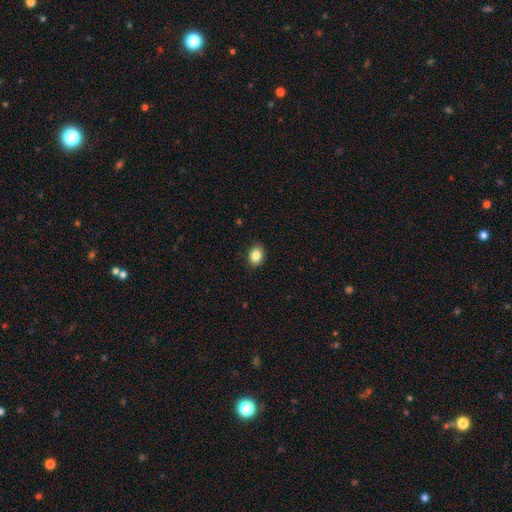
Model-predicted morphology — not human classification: Q: Smooth or featured?
A: smooth (86%); runner-up: star or artifact (9%)
Q: How rounded?
A: in between (62%); runner-up: round (37%)
Q: Merging?
A: none (90%); runner-up: minor disturbance (8%)